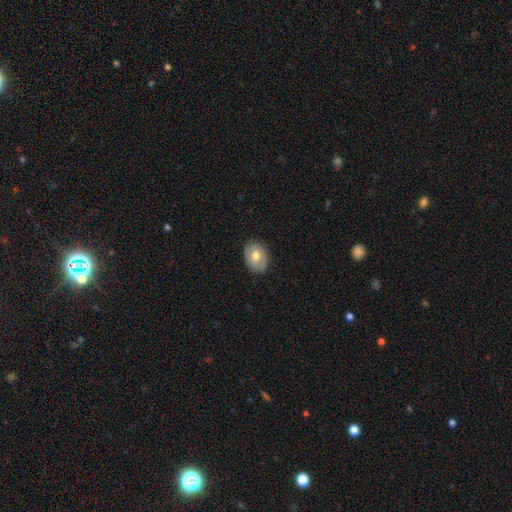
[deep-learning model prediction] A smooth galaxy with no disk features (57%) that is in between round and cigar-shaped (69%).

Vote fractions:
- Smooth or featured? smooth: 57% / featured or disk: 36% / star or artifact: 7%
- How rounded? in between: 69% / round: 30% / cigar-shaped: 1%
- Merging? none: 84% / minor disturbance: 12% / major disturbance: 3% / merger: 1%